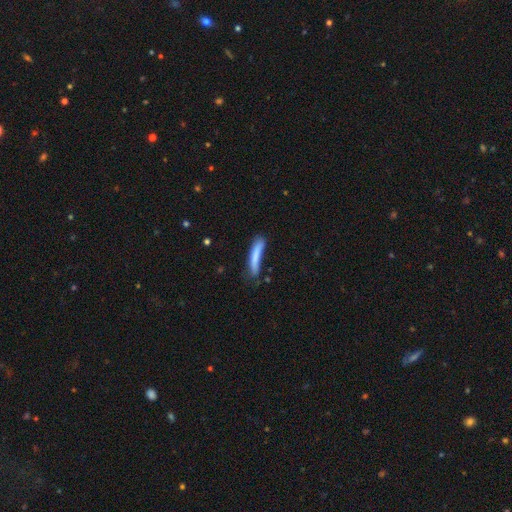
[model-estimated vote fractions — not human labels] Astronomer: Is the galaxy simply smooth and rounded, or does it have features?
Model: smooth — 79%.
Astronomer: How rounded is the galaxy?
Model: cigar-shaped — 91%.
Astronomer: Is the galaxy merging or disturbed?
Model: none — 61%.